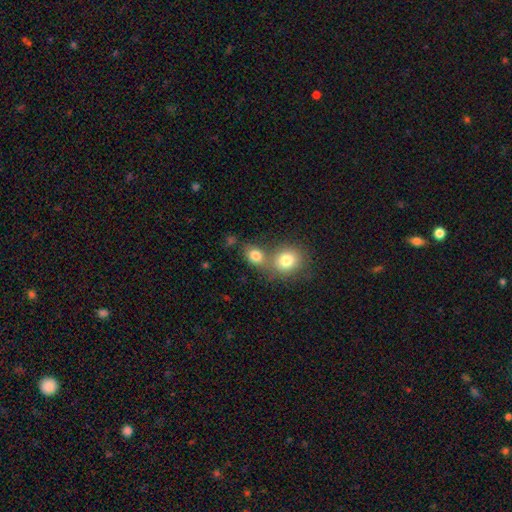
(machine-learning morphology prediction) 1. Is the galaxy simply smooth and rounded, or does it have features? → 81% smooth, 10% star or artifact, 9% featured or disk.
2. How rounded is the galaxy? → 54% round, 45% in between, 1% cigar-shaped.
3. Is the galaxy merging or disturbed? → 47% merger, 41% none, 8% minor disturbance, 4% major disturbance.